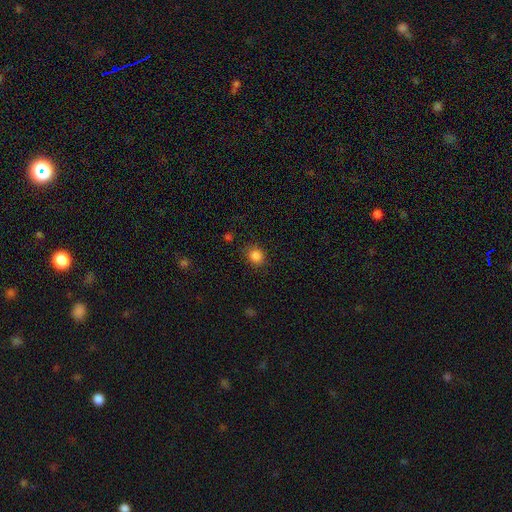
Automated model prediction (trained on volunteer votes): smooth_or_featured: smooth (p=0.85) [alt: star or artifact p=0.11]
how_rounded: round (p=0.72) [alt: in between p=0.28]
merging: none (p=0.83) [alt: minor disturbance p=0.11]